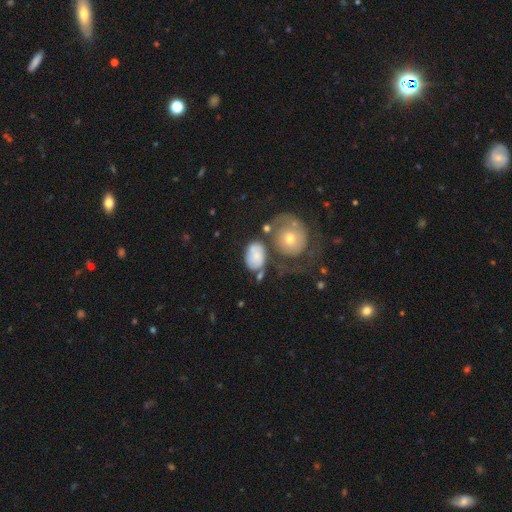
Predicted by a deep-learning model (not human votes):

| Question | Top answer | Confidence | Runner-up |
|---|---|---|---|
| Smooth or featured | smooth | 64% | featured or disk (28%) |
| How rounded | in between | 73% | round (26%) |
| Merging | none | 40% | merger (24%) |